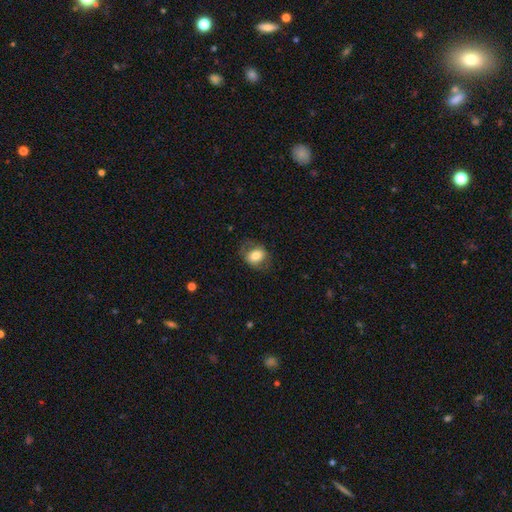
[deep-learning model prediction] smooth_or_featured: smooth (p=0.72) [alt: featured or disk p=0.20]
how_rounded: in between (p=0.55) [alt: round p=0.44]
merging: none (p=0.70) [alt: minor disturbance p=0.18]